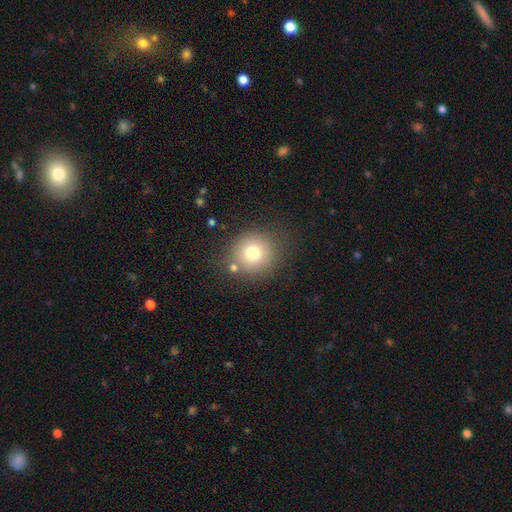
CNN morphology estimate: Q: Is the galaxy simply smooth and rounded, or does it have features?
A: smooth — 76%.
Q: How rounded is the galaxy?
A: round — 88%.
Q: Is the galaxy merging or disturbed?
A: none — 77%.